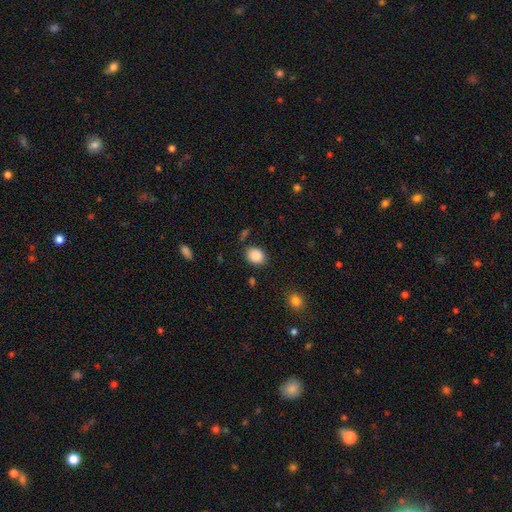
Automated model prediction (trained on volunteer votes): Overall: smooth (88%). How rounded: round (51%; in between 48%). Merging: none (81%).